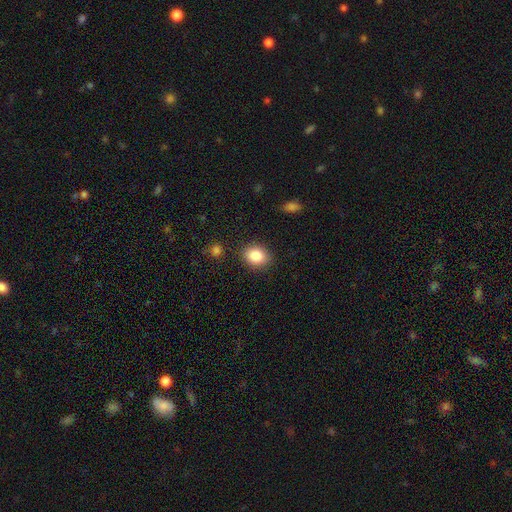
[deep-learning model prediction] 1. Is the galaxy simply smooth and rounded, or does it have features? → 87% smooth, 8% star or artifact, 5% featured or disk.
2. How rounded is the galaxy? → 62% in between, 37% round, 1% cigar-shaped.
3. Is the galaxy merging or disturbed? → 84% none, 10% minor disturbance, 3% major disturbance, 2% merger.